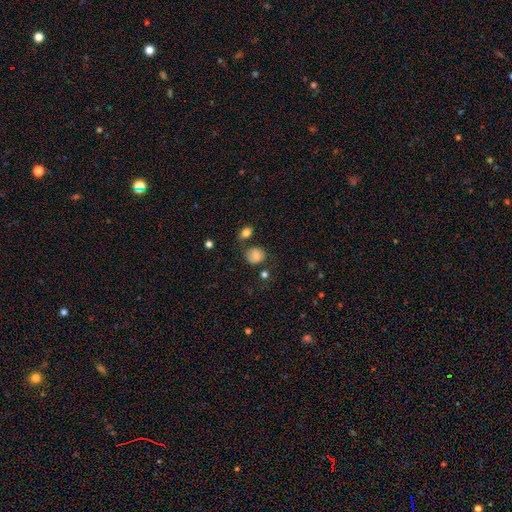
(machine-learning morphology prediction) smooth_or_featured: smooth (p=0.79) [alt: star or artifact p=0.11]
how_rounded: round (p=0.68) [alt: in between p=0.31]
merging: none (p=0.64) [alt: minor disturbance p=0.21]